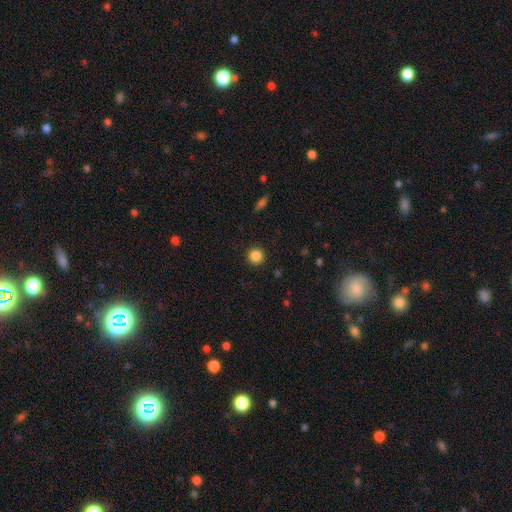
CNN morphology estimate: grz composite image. It shows a smooth galaxy with no disk features (86%) that is round (95%). Merging: none (92%).